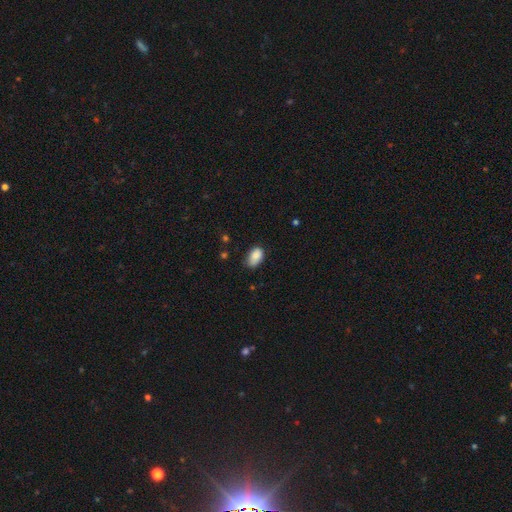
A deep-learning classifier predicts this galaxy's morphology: smooth_or_featured: smooth (p=0.85) [alt: star or artifact p=0.08]
how_rounded: in between (p=0.90) [alt: round p=0.08]
merging: none (p=0.62) [alt: minor disturbance p=0.31]